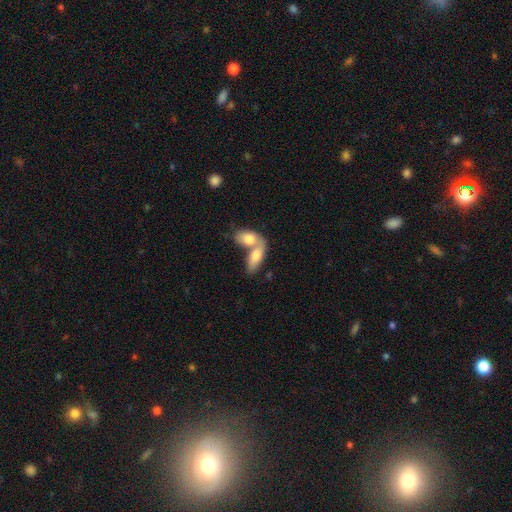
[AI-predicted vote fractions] This is likely a smooth galaxy (75%). How rounded: clearly in between (85%). Merging: likely merger (71%).